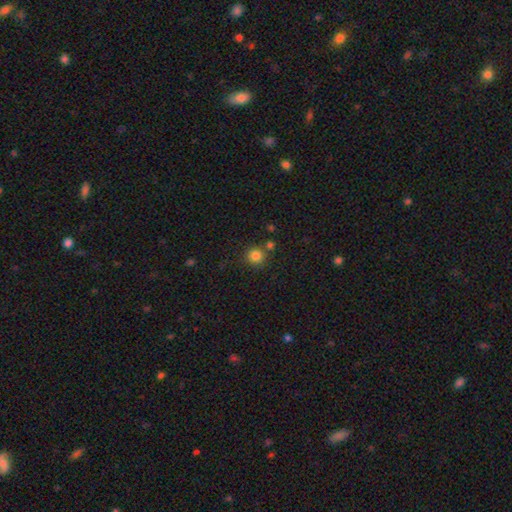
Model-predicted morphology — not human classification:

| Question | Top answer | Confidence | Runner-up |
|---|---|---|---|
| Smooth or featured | smooth | 82% | star or artifact (13%) |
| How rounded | round | 93% | in between (6%) |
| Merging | none | 78% | merger (11%) |